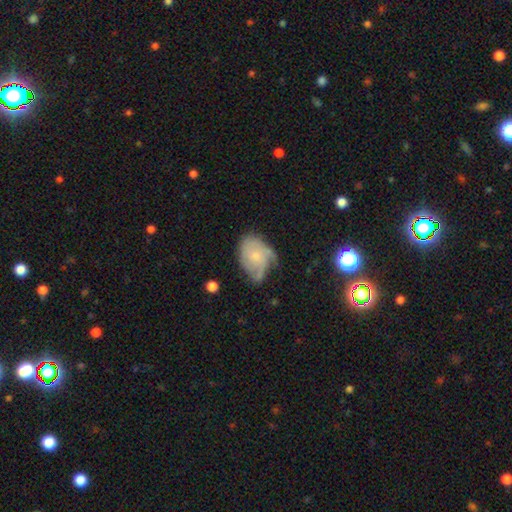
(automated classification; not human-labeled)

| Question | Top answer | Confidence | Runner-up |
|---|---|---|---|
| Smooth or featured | featured or disk | 59% | smooth (33%) |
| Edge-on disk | no | 97% | yes (3%) |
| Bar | no | 80% | weak (18%) |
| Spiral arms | yes | 79% | no (21%) |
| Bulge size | small | 64% | moderate (25%) |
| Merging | none | 38% | minor disturbance (36%) |